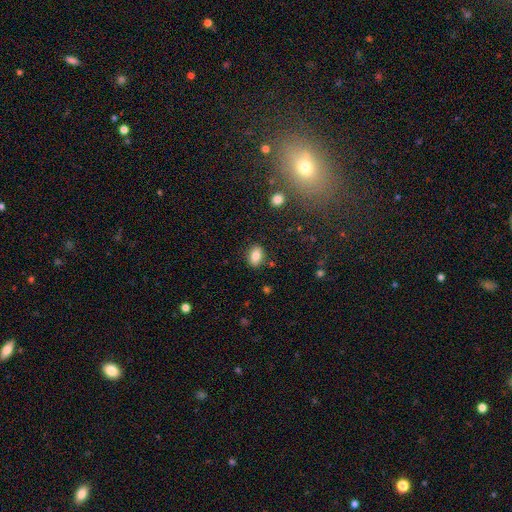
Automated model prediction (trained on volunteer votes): Smooth or featured? smooth (83%)
How rounded? in between (81%)
Merging? none (85%)